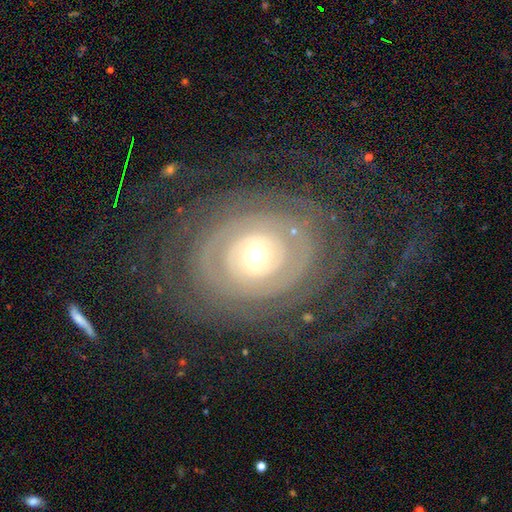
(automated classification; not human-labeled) Overall: featured or disk (84%). Edge-on disk: no (96%). Bar: no (79%). Spiral arms: yes (87%). Spiral arm count: can't tell (39%; 2 22%). Spiral winding: tight (81%). Bulge size: moderate (53%; small 39%). Merging: none (74%).